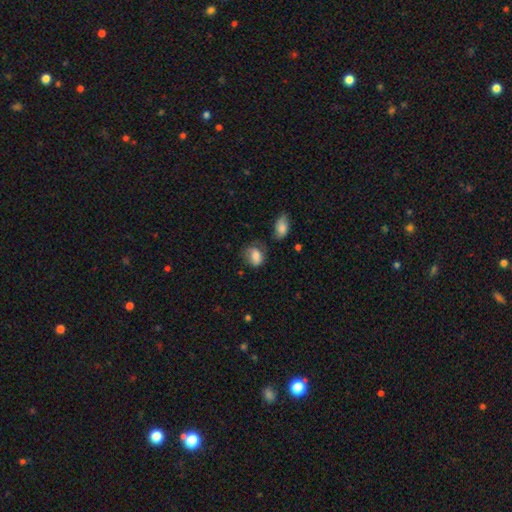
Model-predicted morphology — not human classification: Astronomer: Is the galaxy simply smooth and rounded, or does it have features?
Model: smooth — 77%.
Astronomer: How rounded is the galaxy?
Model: in between — 62%.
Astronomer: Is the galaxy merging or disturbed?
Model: none — 47% (runner-up: minor disturbance, 31%).